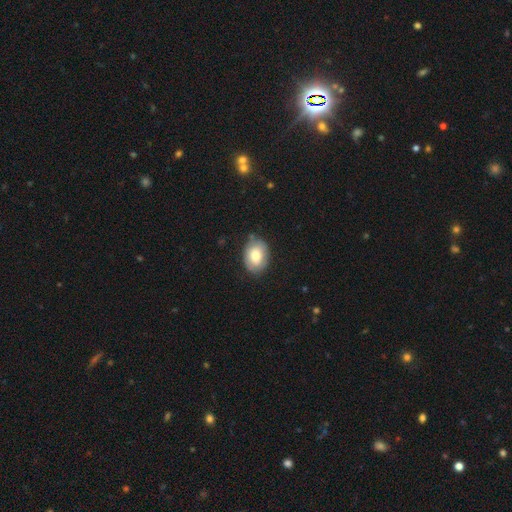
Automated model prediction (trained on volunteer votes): Morphology: type=smooth (72%); roundness=in between (75%); merging=none (75%).